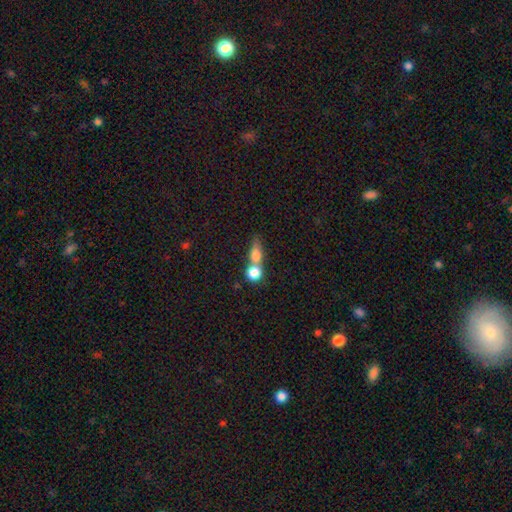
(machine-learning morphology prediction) Smooth or featured? Predicted: smooth (p=0.74). How rounded? Predicted: round (p=0.52). Merging? Predicted: merger (p=0.61).